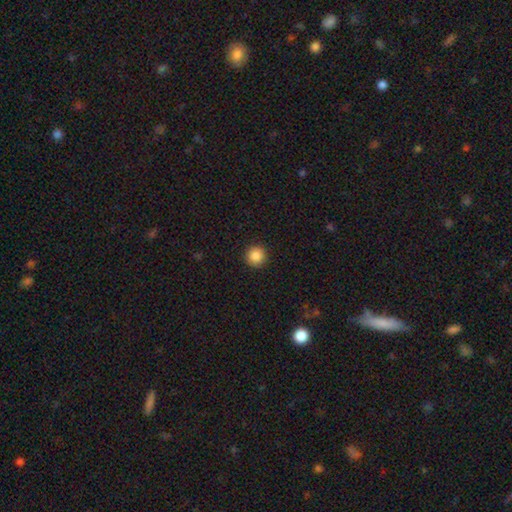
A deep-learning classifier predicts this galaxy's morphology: Smooth or featured?
  - smooth: 87% *
  - star or artifact: 10%
  - featured or disk: 3%
How rounded?
  - round: 96% *
  - in between: 3%
  - cigar-shaped: 1%
Merging?
  - none: 93% *
  - minor disturbance: 5%
  - major disturbance: 2%
  - merger: 1%